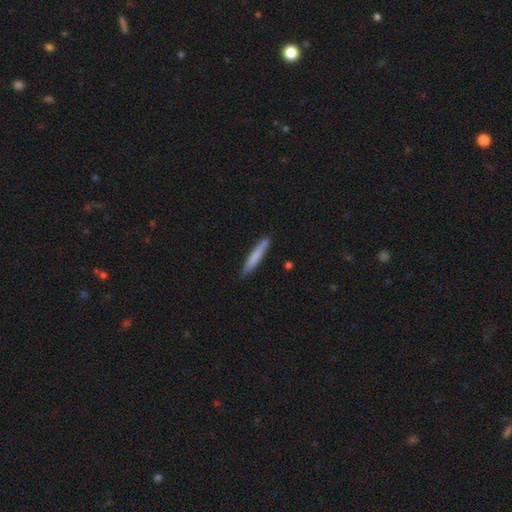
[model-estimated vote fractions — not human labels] Smooth or featured: smooth — 77% (featured or disk — 18%)
How rounded: cigar-shaped — 95% (in between — 4%)
Merging: none — 88% (minor disturbance — 9%)